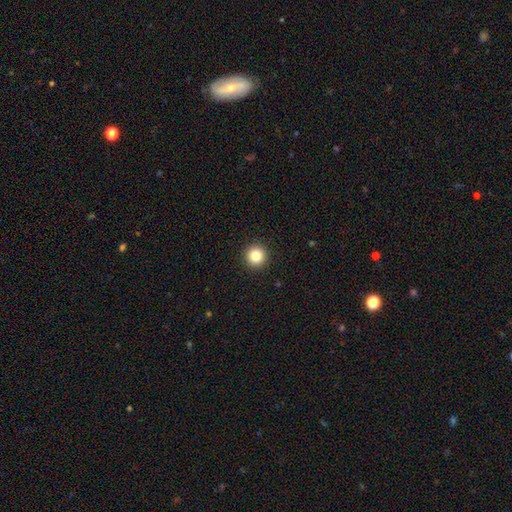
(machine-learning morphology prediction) A smooth galaxy with no disk features (85%) that is round (95%).

Vote fractions:
- Smooth or featured? smooth: 85% / star or artifact: 10% / featured or disk: 5%
- How rounded? round: 95% / in between: 4% / cigar-shaped: 1%
- Merging? none: 93% / minor disturbance: 4% / major disturbance: 2% / merger: 1%